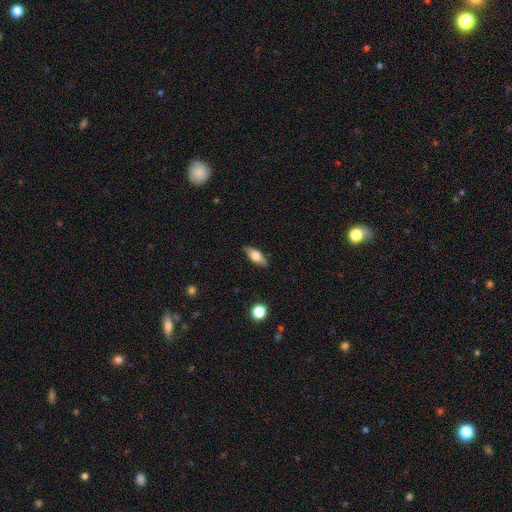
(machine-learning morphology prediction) Q: Smooth or featured?
A: smooth (61%); runner-up: featured or disk (32%)
Q: How rounded?
A: in between (72%); runner-up: cigar-shaped (24%)
Q: Merging?
A: none (85%); runner-up: minor disturbance (11%)